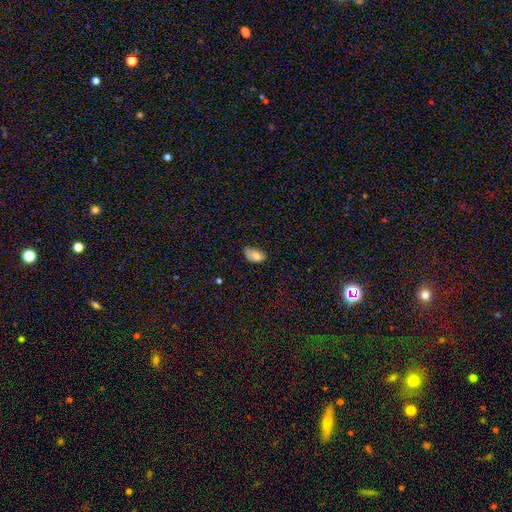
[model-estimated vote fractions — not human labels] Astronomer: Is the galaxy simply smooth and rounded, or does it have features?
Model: smooth — 74%.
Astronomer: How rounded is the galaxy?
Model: in between — 91%.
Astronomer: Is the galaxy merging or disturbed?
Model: none — 48% (runner-up: minor disturbance, 38%).